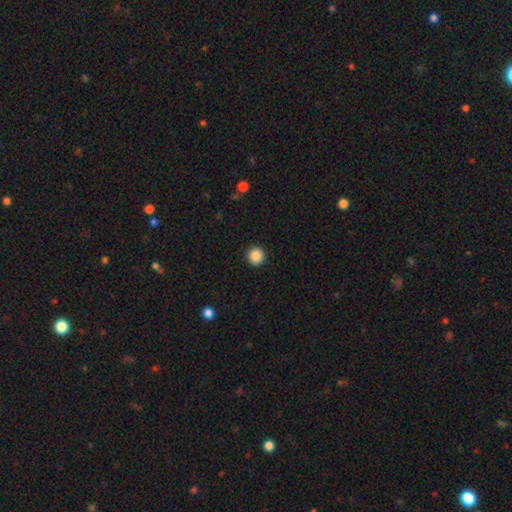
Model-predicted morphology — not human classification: A smooth galaxy with no disk features (88%) that is round (95%).

Vote fractions:
- Smooth or featured? smooth: 88% / star or artifact: 9% / featured or disk: 3%
- How rounded? round: 95% / in between: 4% / cigar-shaped: 1%
- Merging? none: 93% / minor disturbance: 4% / major disturbance: 2% / merger: 1%